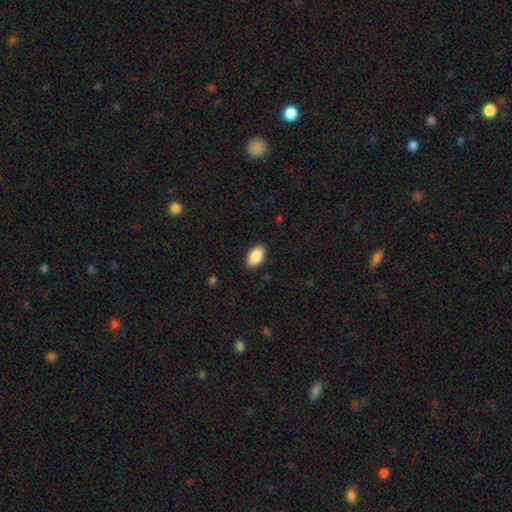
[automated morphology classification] Overall: smooth (89%). How rounded: in between (94%). Merging: none (88%).